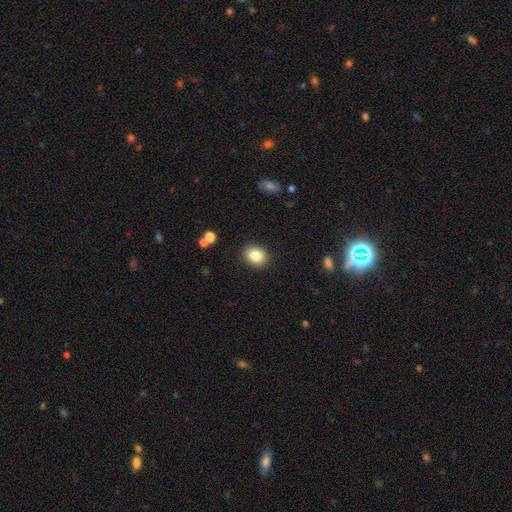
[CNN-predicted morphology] The model was most divided on "how rounded": round: 57%, in between: 42%, cigar-shaped: 1%. More confident: merging — none (89%); smooth or featured — smooth (83%).